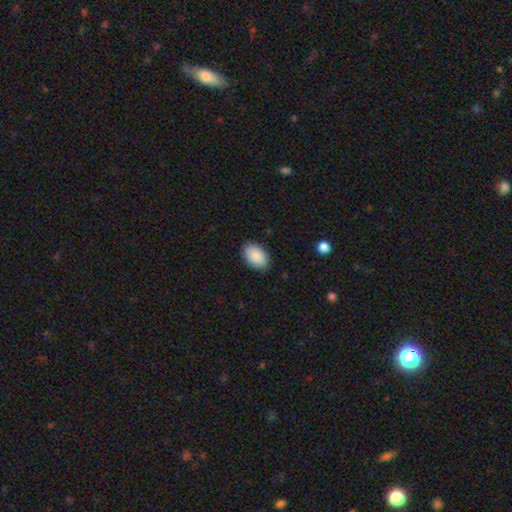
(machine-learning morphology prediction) Smooth or featured: smooth — 91% (star or artifact — 6%)
How rounded: in between — 92% (round — 6%)
Merging: none — 88% (minor disturbance — 9%)